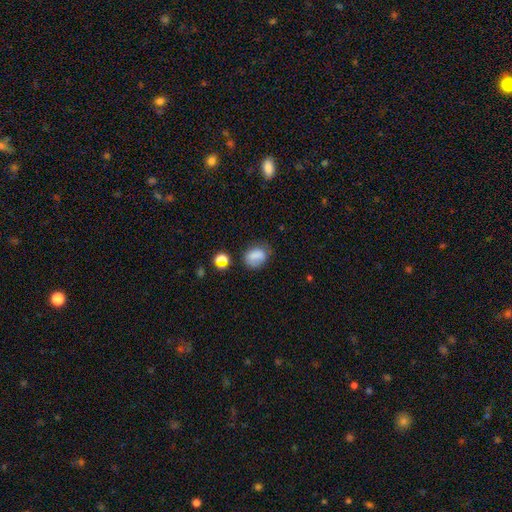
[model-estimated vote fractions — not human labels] This appears to be a smooth galaxy with no disk features (79%) that is in between round and cigar-shaped (61%). Merging: none (56%).